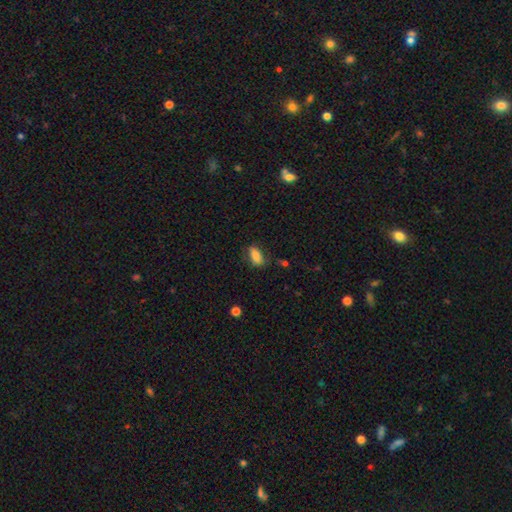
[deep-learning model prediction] Overall: smooth (81%). How rounded: in between (86%). Merging: none (69%).